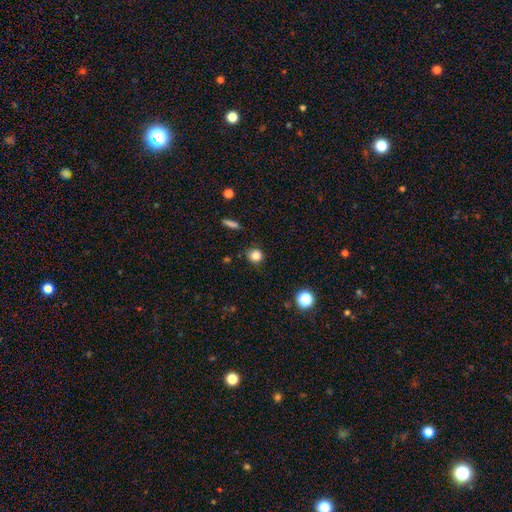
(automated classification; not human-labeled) smooth 84%, star or artifact 12%, featured or disk 4%. Down the decision tree: how rounded — round (91%); merging — none (87%).